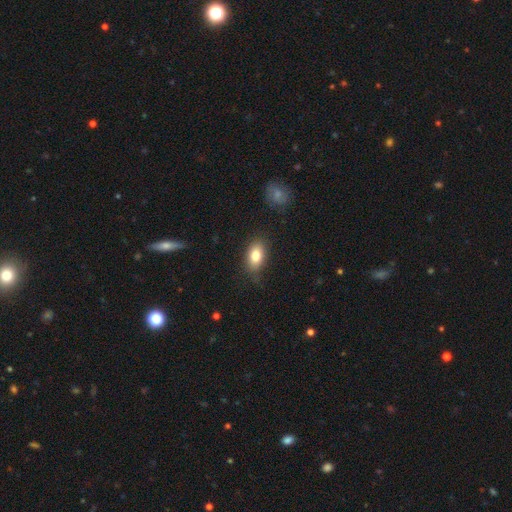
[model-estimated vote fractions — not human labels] A smooth galaxy with no disk features (82%) that is in between round and cigar-shaped (88%).

Vote fractions:
- Smooth or featured? smooth: 82% / featured or disk: 10% / star or artifact: 8%
- How rounded? in between: 88% / round: 10% / cigar-shaped: 3%
- Merging? none: 80% / minor disturbance: 15% / major disturbance: 4% / merger: 2%